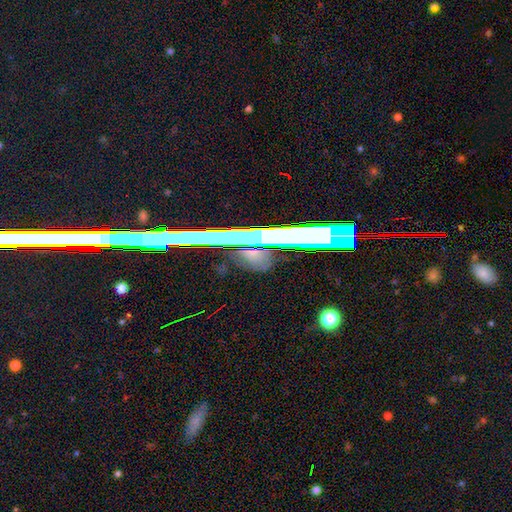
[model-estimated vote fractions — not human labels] Morphology: type=star or artifact (41%).